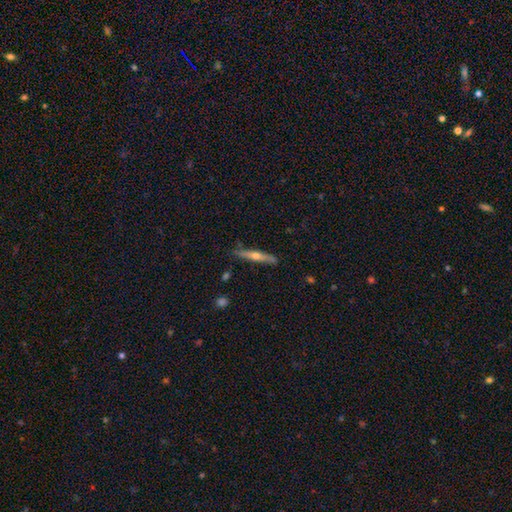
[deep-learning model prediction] Smooth or featured? Predicted: featured or disk (p=0.58). Edge-on disk? Predicted: yes (p=0.95). Edge-on bulge? Predicted: rounded (p=0.87). Merging? Predicted: none (p=0.85).